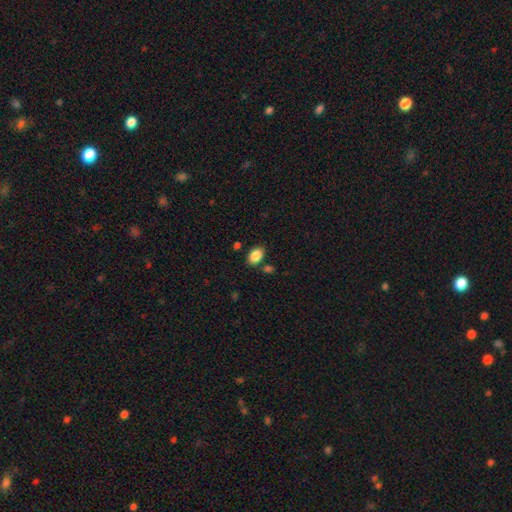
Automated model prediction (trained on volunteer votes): smooth-or-featured: smooth: 87% | star or artifact: 8% | featured or disk: 5%
  how-rounded: in between: 82% | round: 17% | cigar-shaped: 1%
  merging: none: 79% | minor disturbance: 11% | merger: 7% | major disturbance: 3%